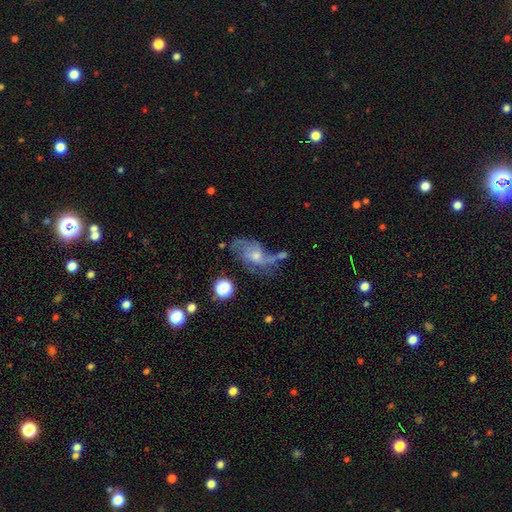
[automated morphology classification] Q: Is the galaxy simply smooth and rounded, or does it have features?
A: featured or disk — 70%.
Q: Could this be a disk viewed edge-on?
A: no — 95%.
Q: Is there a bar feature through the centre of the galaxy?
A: no — 69%.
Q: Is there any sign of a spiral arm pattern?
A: yes — 83%.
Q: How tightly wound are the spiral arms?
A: loose — 41%.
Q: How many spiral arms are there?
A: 2 — 33%.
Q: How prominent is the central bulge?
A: small — 50%.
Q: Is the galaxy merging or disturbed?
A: none — 43%.